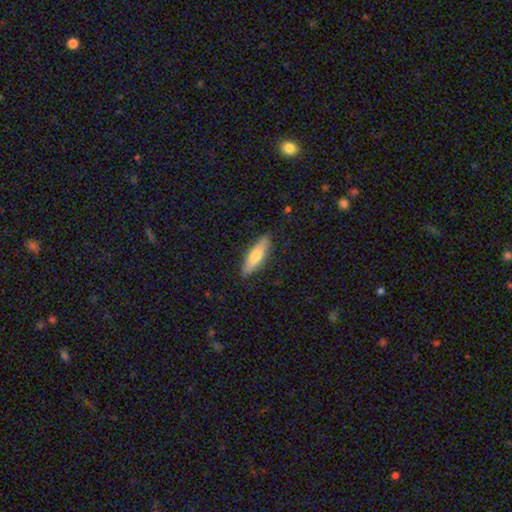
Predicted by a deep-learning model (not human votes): Morphology: type=smooth (64%); roundness=cigar-shaped (61%); merging=none (88%).